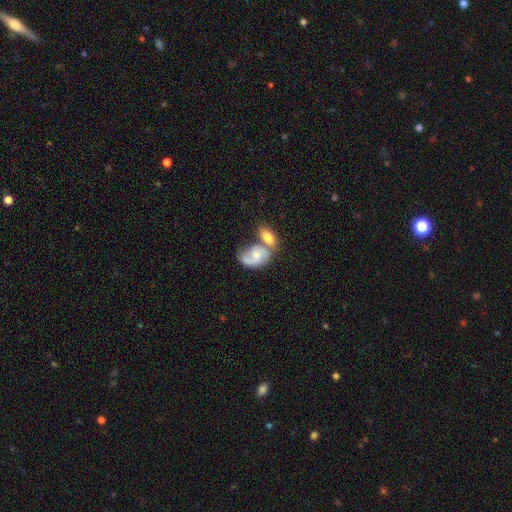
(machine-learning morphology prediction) smooth_or_featured: featured or disk (p=0.54) [alt: smooth p=0.39]
disk_edge_on: no (p=0.96) [alt: yes p=0.04]
bar: no (p=0.68) [alt: weak p=0.28]
has_spiral_arms: yes (p=0.82) [alt: no p=0.18]
bulge_size: small (p=0.45) [alt: moderate p=0.39]
merging: merger (p=0.51) [alt: none p=0.26]